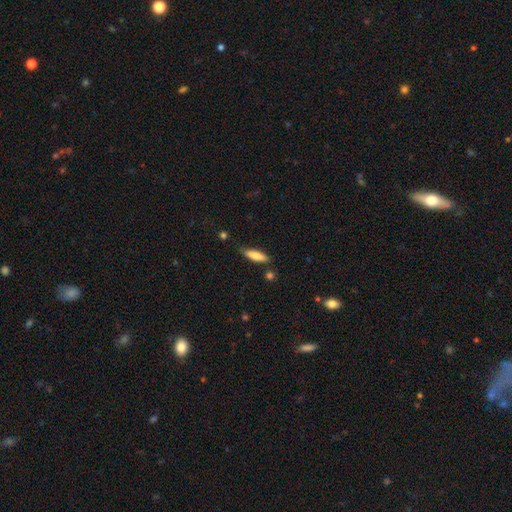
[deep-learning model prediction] smooth-or-featured: smooth: 78% | featured or disk: 16% | star or artifact: 6%
  how-rounded: cigar-shaped: 65% | in between: 33% | round: 2%
  merging: none: 78% | minor disturbance: 16% | merger: 3% | major disturbance: 3%